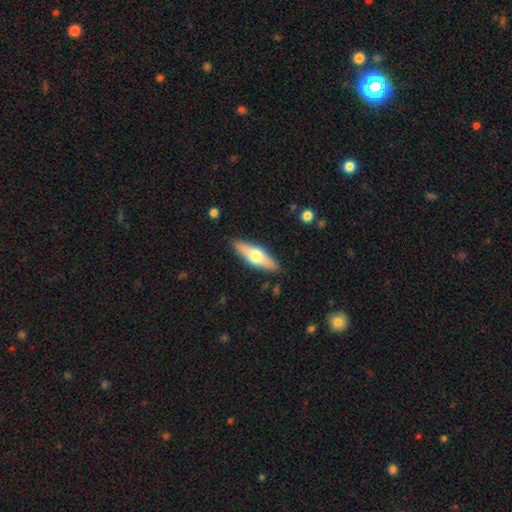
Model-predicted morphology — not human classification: smooth_or_featured: smooth (p=0.50) [alt: featured or disk p=0.45]
merging: none (p=0.88) [alt: minor disturbance p=0.09]